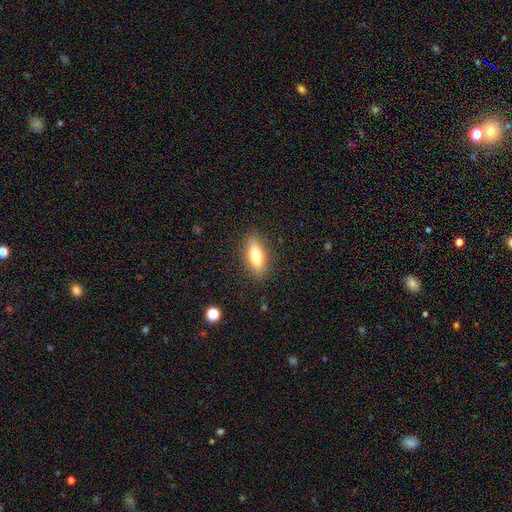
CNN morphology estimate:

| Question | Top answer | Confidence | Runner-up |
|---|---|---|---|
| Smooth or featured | smooth | 72% | featured or disk (20%) |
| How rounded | in between | 69% | cigar-shaped (28%) |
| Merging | none | 86% | minor disturbance (10%) |